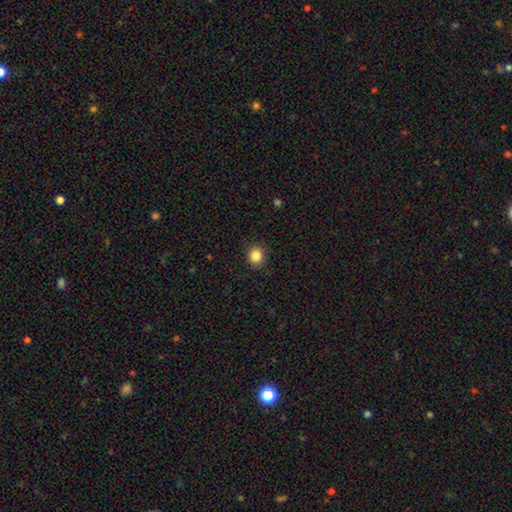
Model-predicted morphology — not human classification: Smooth or featured?
  - smooth: 86% *
  - star or artifact: 11%
  - featured or disk: 4%
How rounded?
  - round: 87% *
  - in between: 13%
  - cigar-shaped: 1%
Merging?
  - none: 91% *
  - minor disturbance: 6%
  - major disturbance: 2%
  - merger: 1%